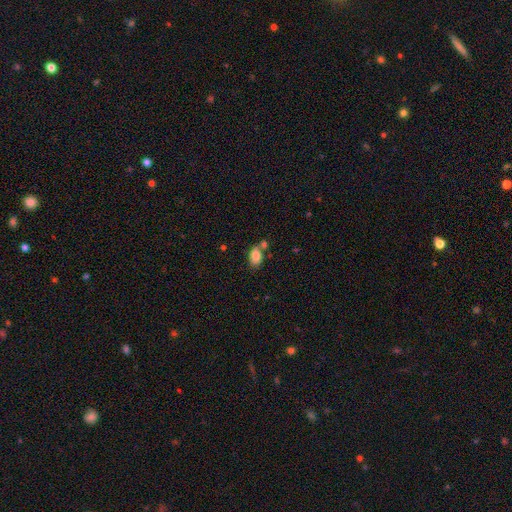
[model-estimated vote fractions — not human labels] Overall: smooth (83%). How rounded: in between (84%). Merging: none (57%; merger 23%).